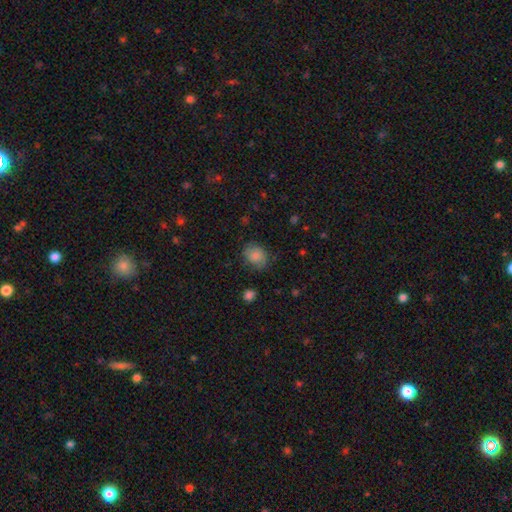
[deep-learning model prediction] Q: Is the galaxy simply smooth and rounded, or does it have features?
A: smooth — 80%.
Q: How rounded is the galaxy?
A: round — 53%.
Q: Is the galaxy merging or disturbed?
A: none — 71%.